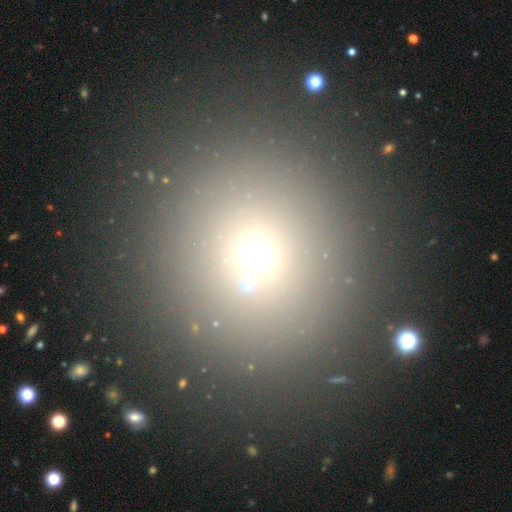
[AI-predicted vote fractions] Q: Smooth or featured?
A: smooth (61%); runner-up: star or artifact (31%)
Q: How rounded?
A: round (94%); runner-up: in between (5%)
Q: Merging?
A: none (87%); runner-up: minor disturbance (6%)